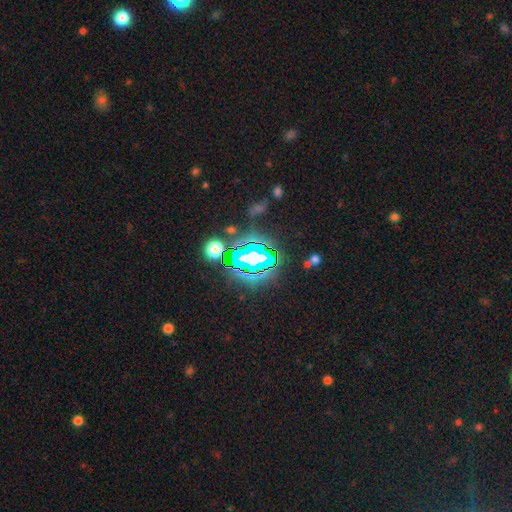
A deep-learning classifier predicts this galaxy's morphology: smooth_or_featured: star or artifact (p=0.76) [alt: smooth p=0.12]